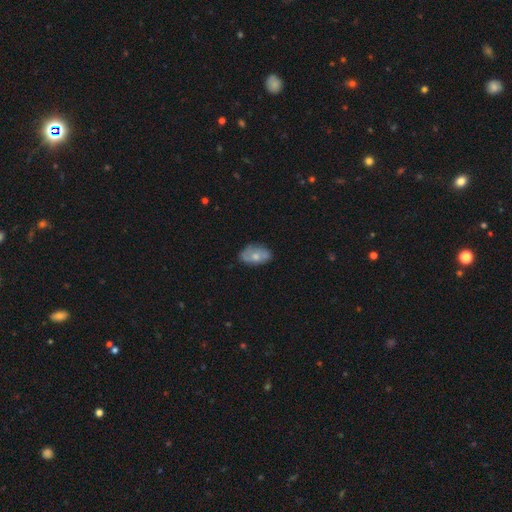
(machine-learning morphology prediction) The model was most divided on "smooth or featured": smooth: 57%, featured or disk: 36%, star or artifact: 7%. More confident: how rounded — in between (90%); merging — none (68%).